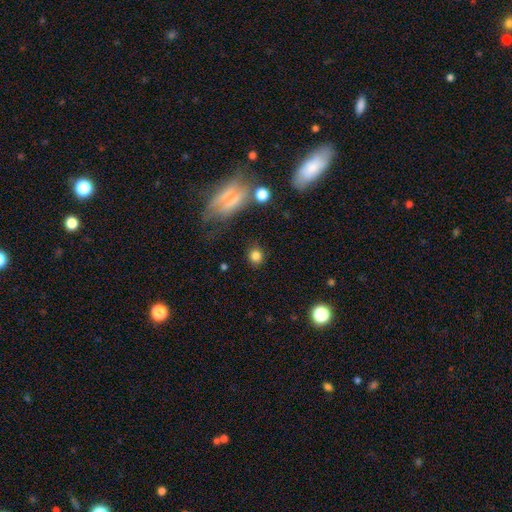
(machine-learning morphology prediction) Q: Smooth or featured?
A: smooth (80%); runner-up: star or artifact (12%)
Q: How rounded?
A: round (82%); runner-up: in between (16%)
Q: Merging?
A: none (82%); runner-up: minor disturbance (10%)